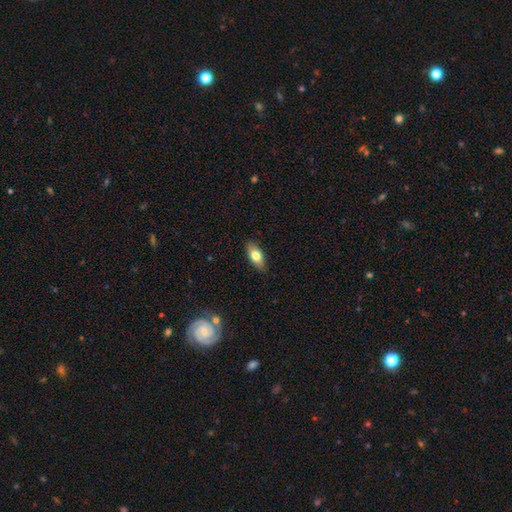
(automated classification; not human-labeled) Morphology: type=smooth (76%); roundness=in between (85%); merging=none (87%).